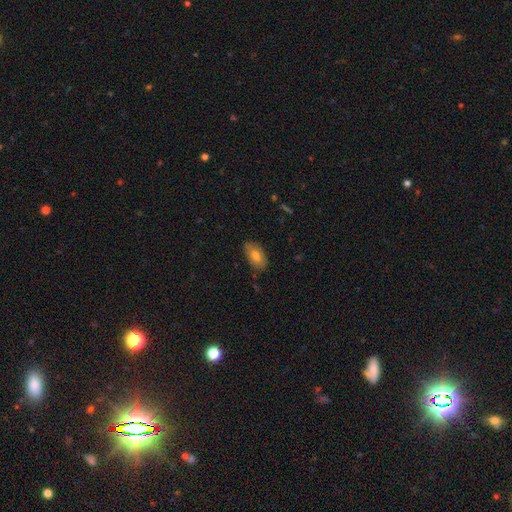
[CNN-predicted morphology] The model was most divided on "smooth or featured": smooth: 72%, featured or disk: 21%, star or artifact: 7%. More confident: how rounded — in between (93%); merging — none (82%).